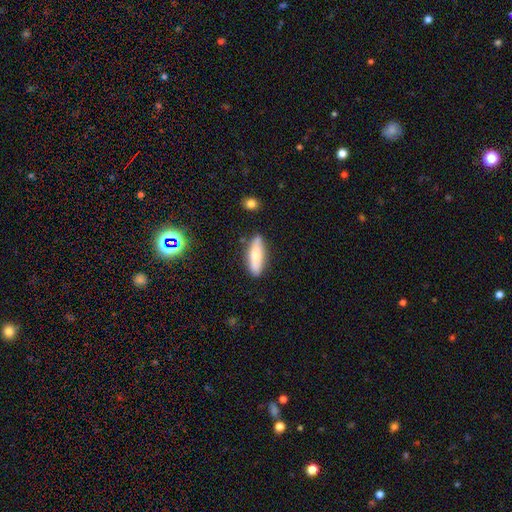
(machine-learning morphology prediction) smooth-or-featured: smooth: 72% | featured or disk: 22% | star or artifact: 6%
  how-rounded: cigar-shaped: 52% | in between: 46% | round: 2%
  merging: none: 81% | minor disturbance: 13% | merger: 3% | major disturbance: 3%